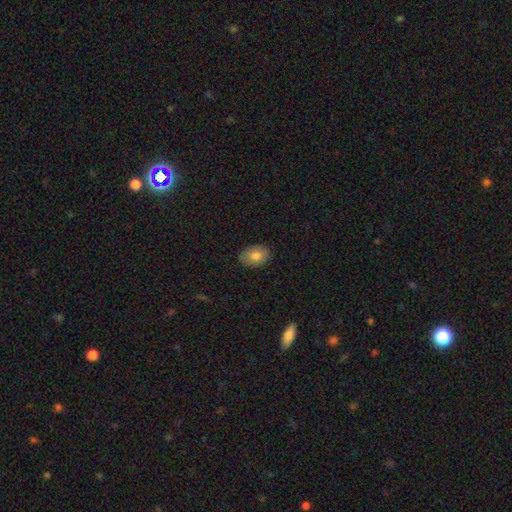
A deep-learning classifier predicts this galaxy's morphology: smooth_or_featured: smooth (p=0.78) [alt: featured or disk p=0.15]
how_rounded: in between (p=0.87) [alt: round p=0.11]
merging: none (p=0.86) [alt: minor disturbance p=0.11]